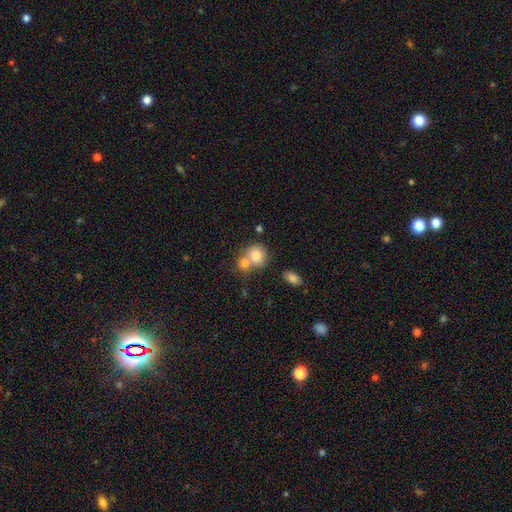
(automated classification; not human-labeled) A smooth galaxy with no disk features (80%) that is round (71%).

Vote fractions:
- Smooth or featured? smooth: 80% / featured or disk: 11% / star or artifact: 9%
- How rounded? round: 71% / in between: 27% / cigar-shaped: 1%
- Merging? merger: 52% / none: 36% / minor disturbance: 9% / major disturbance: 4%